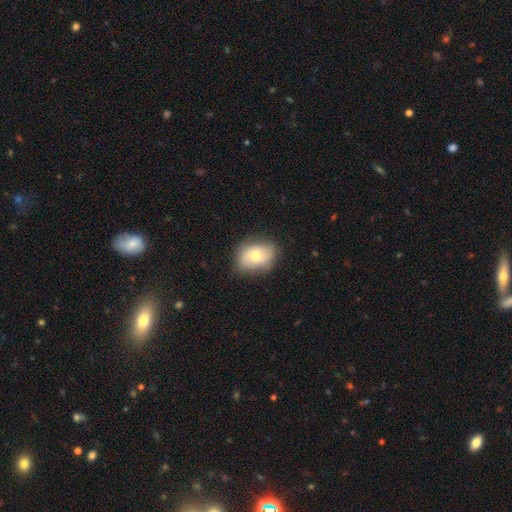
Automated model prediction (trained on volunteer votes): smooth_or_featured: smooth (p=0.64) [alt: featured or disk p=0.28]
how_rounded: in between (p=0.66) [alt: round p=0.32]
merging: none (p=0.77) [alt: minor disturbance p=0.18]